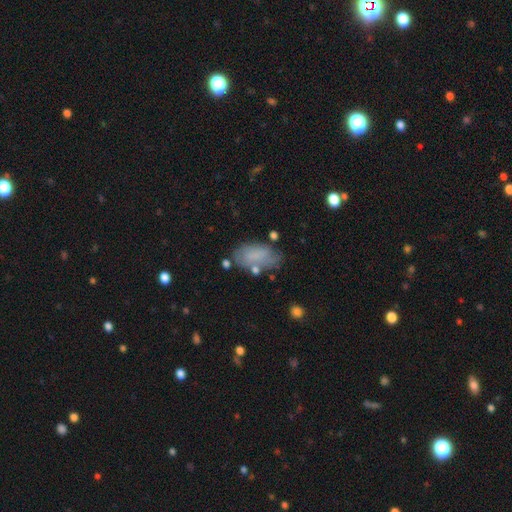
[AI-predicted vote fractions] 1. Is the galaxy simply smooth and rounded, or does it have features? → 70% smooth, 21% featured or disk, 9% star or artifact.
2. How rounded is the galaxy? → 91% in between, 6% cigar-shaped, 3% round.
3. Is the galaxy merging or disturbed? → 56% none, 25% minor disturbance, 10% major disturbance, 8% merger.